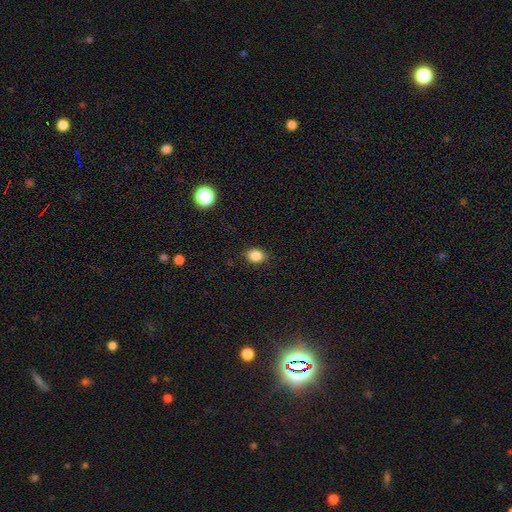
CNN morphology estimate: Smooth or featured? Predicted: smooth (p=0.85). How rounded? Predicted: in between (p=0.67). Merging? Predicted: none (p=0.85).